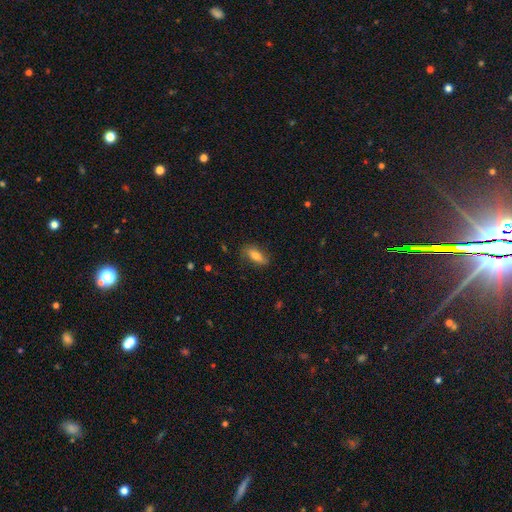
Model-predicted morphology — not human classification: A smooth galaxy with no disk features (70%) that is in between round and cigar-shaped (72%). Merging: none (79%).